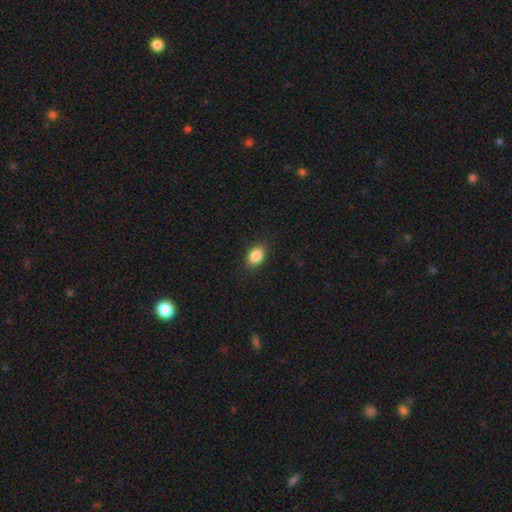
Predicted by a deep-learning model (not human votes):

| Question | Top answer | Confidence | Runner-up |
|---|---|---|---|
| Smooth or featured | smooth | 86% | star or artifact (9%) |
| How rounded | in between | 79% | round (19%) |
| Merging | none | 86% | minor disturbance (11%) |